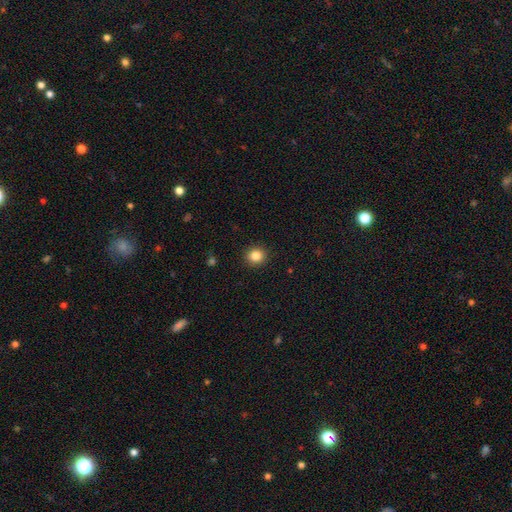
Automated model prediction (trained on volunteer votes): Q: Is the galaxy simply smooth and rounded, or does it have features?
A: smooth — 85%.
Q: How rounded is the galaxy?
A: round — 89%.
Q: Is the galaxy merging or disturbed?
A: none — 92%.